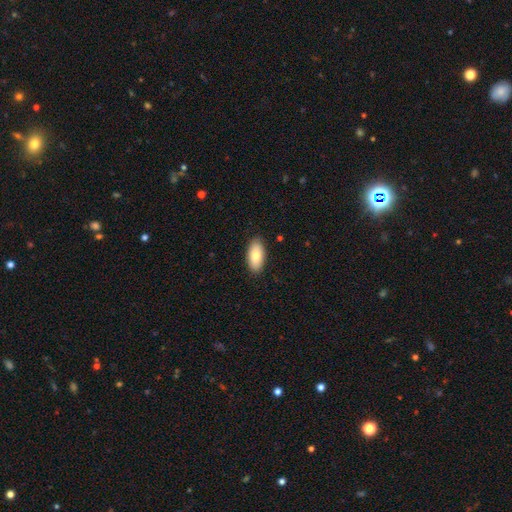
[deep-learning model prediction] Smooth or featured: smooth — 80% (featured or disk — 14%)
How rounded: in between — 93% (cigar-shaped — 5%)
Merging: none — 88% (minor disturbance — 9%)